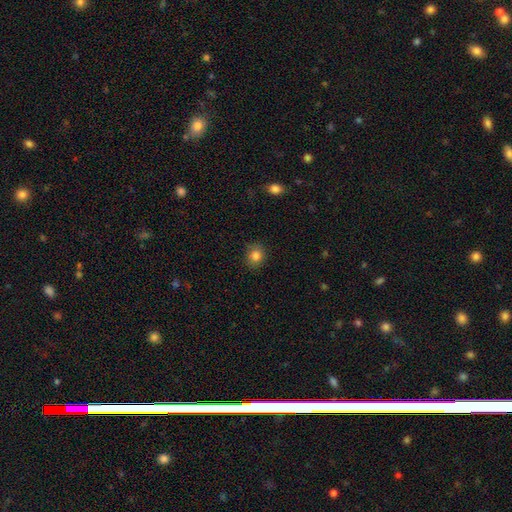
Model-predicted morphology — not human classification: Smooth or featured: smooth — 83% (star or artifact — 11%)
How rounded: round — 71% (in between — 29%)
Merging: none — 85% (minor disturbance — 11%)